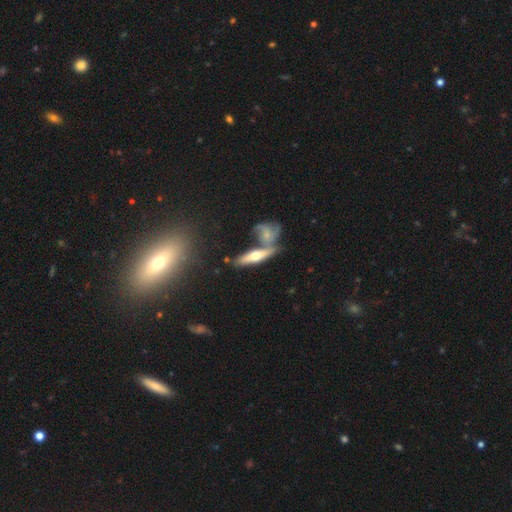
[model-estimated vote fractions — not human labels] smooth-or-featured: featured or disk: 55% | smooth: 37% | star or artifact: 8%
  disk-edge-on: yes: 76% | no: 24%
  merging: none: 52% | merger: 31% | minor disturbance: 12% | major disturbance: 5%